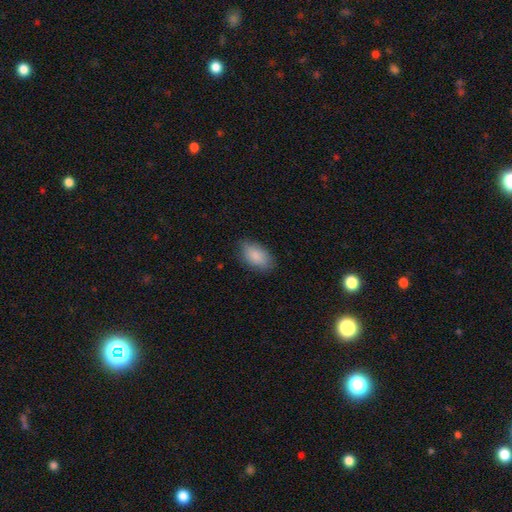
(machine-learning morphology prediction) Overall: smooth (88%). How rounded: in between (93%). Merging: none (80%).